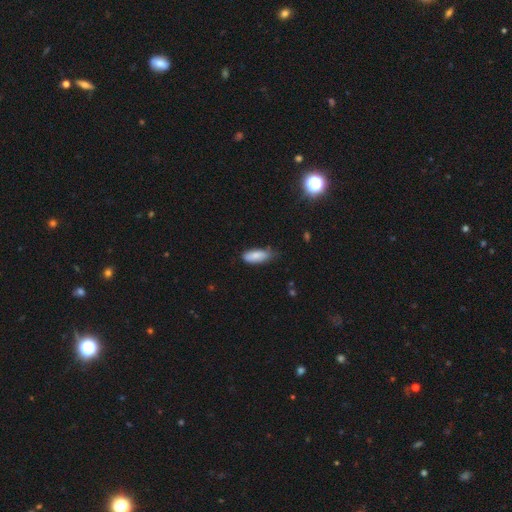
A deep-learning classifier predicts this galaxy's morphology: smooth-or-featured: smooth: 83% | featured or disk: 10% | star or artifact: 7%
  how-rounded: in between: 80% | cigar-shaped: 18% | round: 2%
  merging: none: 56% | minor disturbance: 37% | major disturbance: 6% | merger: 2%